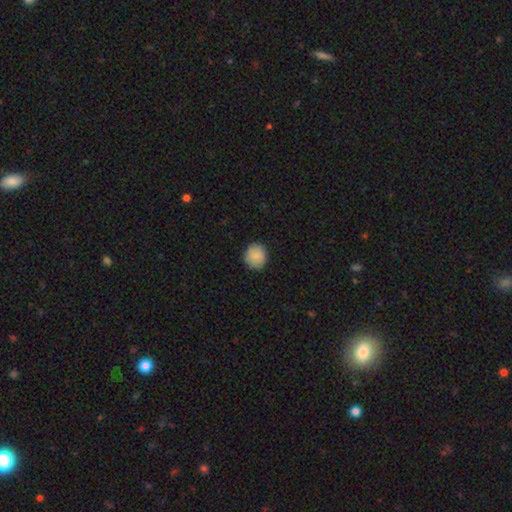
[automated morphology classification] Smooth or featured? smooth (88%)
How rounded? round (86%)
Merging? none (87%)